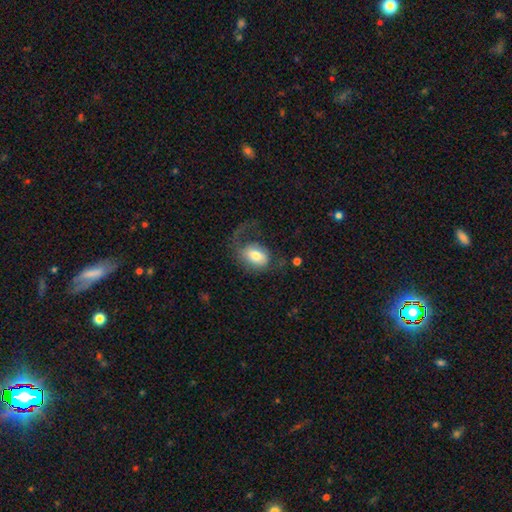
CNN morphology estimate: Smooth or featured? Predicted: smooth (p=0.64). How rounded? Predicted: in between (p=0.71). Merging? Predicted: major disturbance (p=0.46).